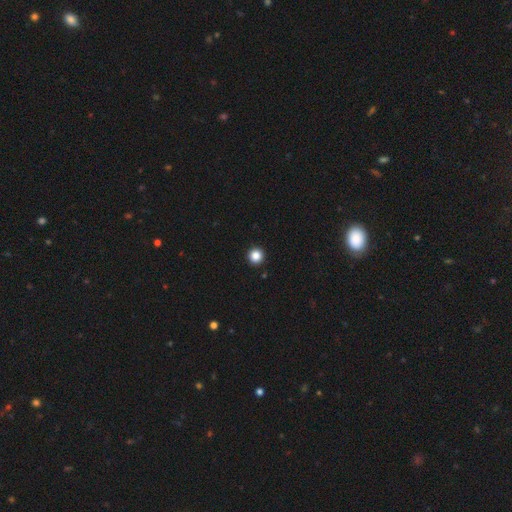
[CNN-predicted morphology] smooth 86%, star or artifact 11%, featured or disk 3%. Down the decision tree: how rounded — round (96%); merging — none (94%).